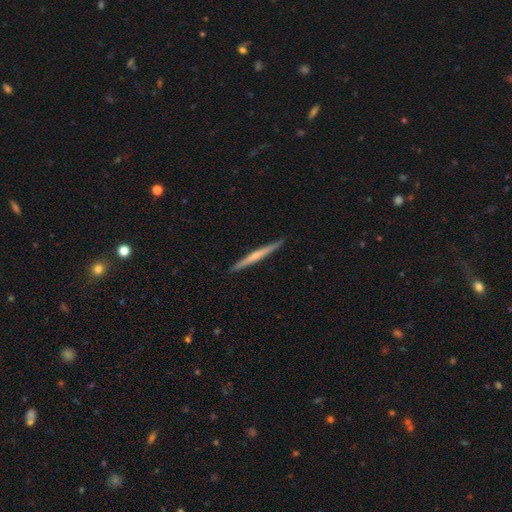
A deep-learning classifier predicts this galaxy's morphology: A featured or disk galaxy (60%) viewed edge-on (98%) with a rounded central bulge (51%).

Vote fractions:
- Smooth or featured? featured or disk: 60% / smooth: 35% / star or artifact: 6%
- Edge-on disk? yes: 98% / no: 2%
- Edge-on bulge? rounded: 51% / none: 43% / boxy: 6%
- Merging? none: 92% / minor disturbance: 6% / major disturbance: 1% / merger: 1%